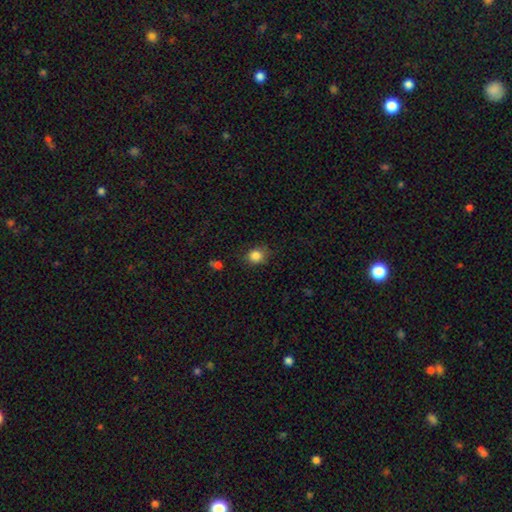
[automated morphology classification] type=smooth (85%); roundness=round (73%); merging=none (78%).